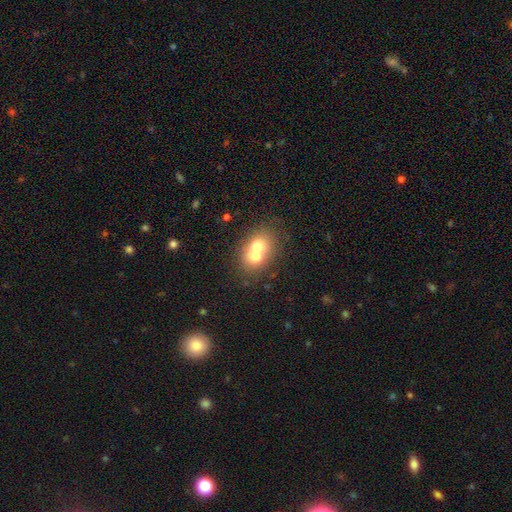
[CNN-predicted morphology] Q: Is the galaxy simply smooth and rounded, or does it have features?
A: smooth — 64%.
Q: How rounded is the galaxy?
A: round — 51%.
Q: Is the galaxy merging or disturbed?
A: merger — 66%.